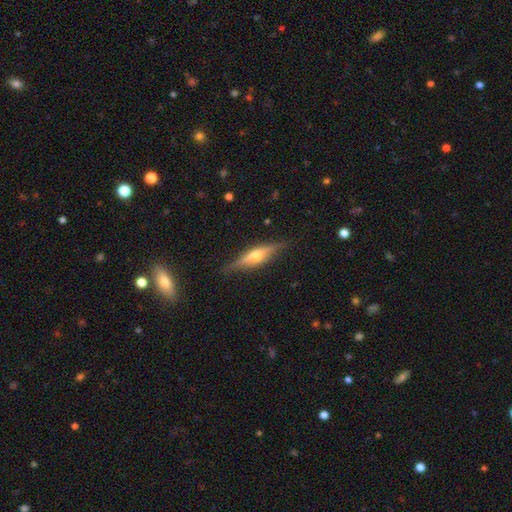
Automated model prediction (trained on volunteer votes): smooth-or-featured: featured or disk: 70% | smooth: 23% | star or artifact: 7%
  disk-edge-on: yes: 96% | no: 4%
    edge-on-bulge: rounded: 90% | boxy: 7% | none: 4%
  merging: none: 86% | minor disturbance: 11% | major disturbance: 2% | merger: 1%